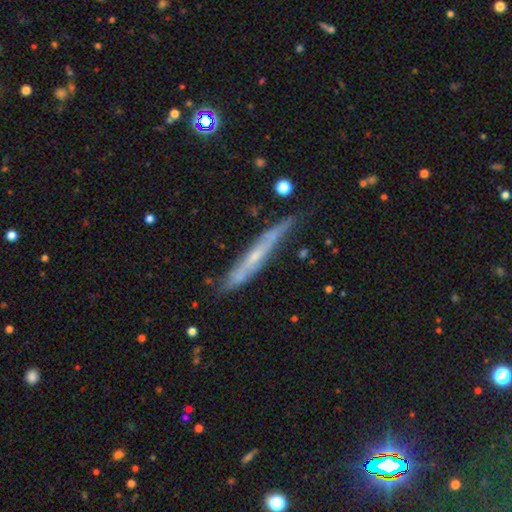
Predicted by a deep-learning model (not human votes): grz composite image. It shows a featured or disk galaxy (63%) viewed edge-on (87%) with no central bulge (57%). Merging: none (72%).